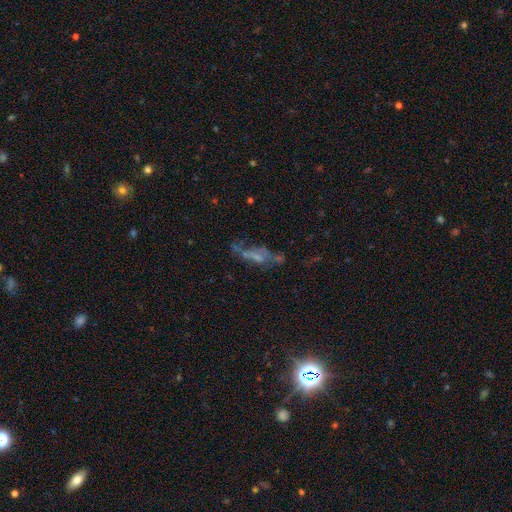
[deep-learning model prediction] Smooth or featured: featured or disk — 50% (smooth — 29%)
Edge-on disk: no — 80% (yes — 20%)
Merging: none — 39% (major disturbance — 27%)